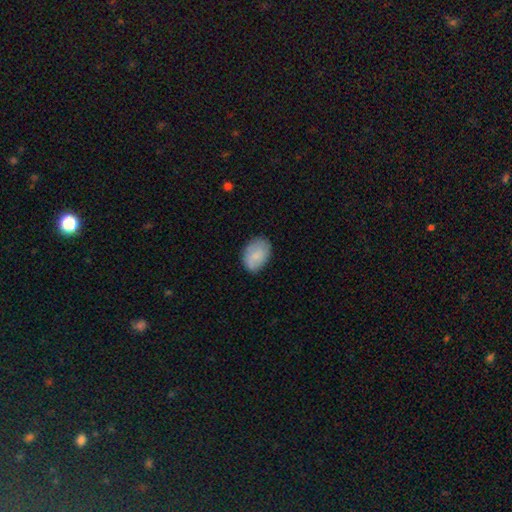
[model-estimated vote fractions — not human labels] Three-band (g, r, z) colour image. It shows a smooth galaxy with no disk features (82%) that is in between round and cigar-shaped (81%). Merging: none (77%).